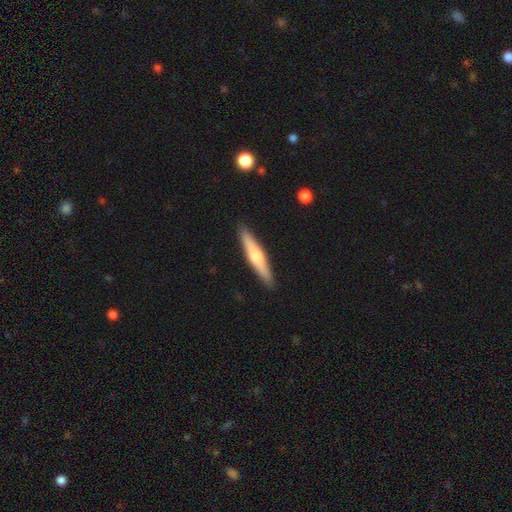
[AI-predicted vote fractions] A smooth galaxy with no disk features (53%) that is cigar-shaped (90%). Merging: none (91%).